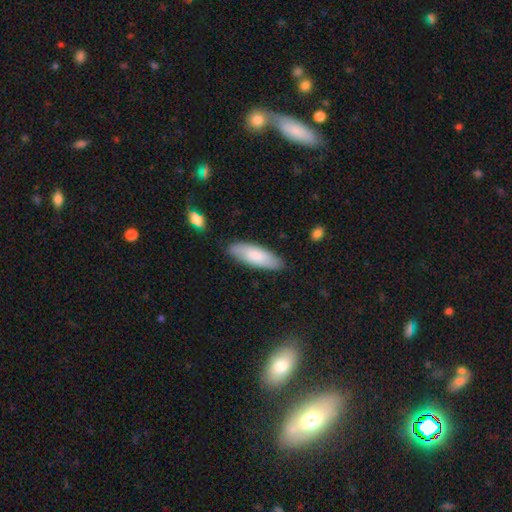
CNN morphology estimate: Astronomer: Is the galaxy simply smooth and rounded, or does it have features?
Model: smooth — 78%.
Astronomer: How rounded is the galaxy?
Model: in between — 57% (runner-up: cigar-shaped, 42%).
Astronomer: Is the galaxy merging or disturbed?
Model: none — 85%.